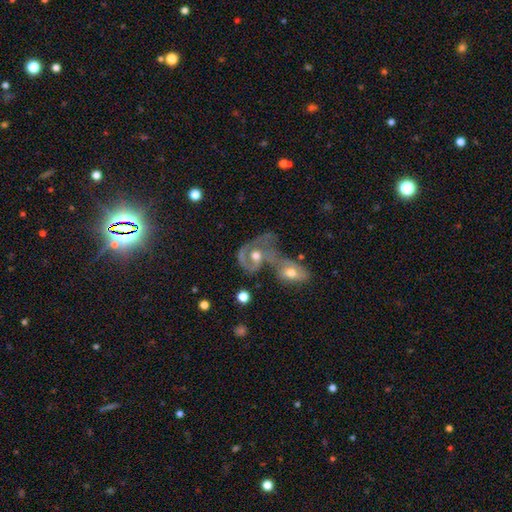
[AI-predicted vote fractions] Morphology: type=featured or disk (70%); edge-on=no (96%); bar=no (71%); spiral arms=yes (74%); winding=medium (43%); arm count=2 (48%); bulge=moderate (69%); merging=merger (65%).